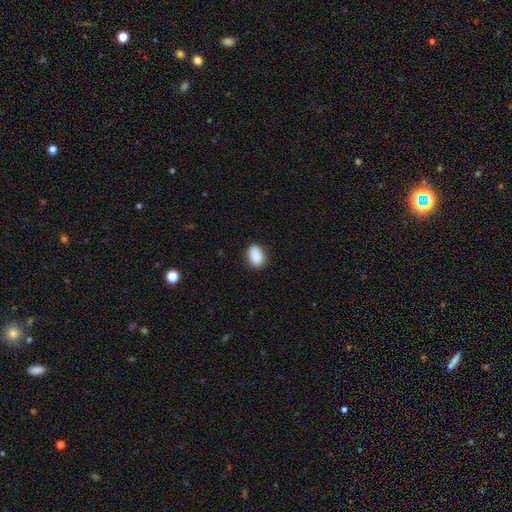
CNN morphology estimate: type=smooth (90%); roundness=in between (85%); merging=none (83%).